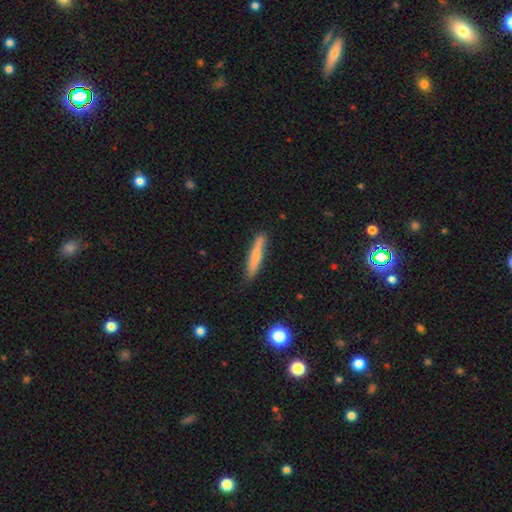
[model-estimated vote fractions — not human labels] Morphology: type=smooth (68%); roundness=cigar-shaped (92%); merging=none (83%).